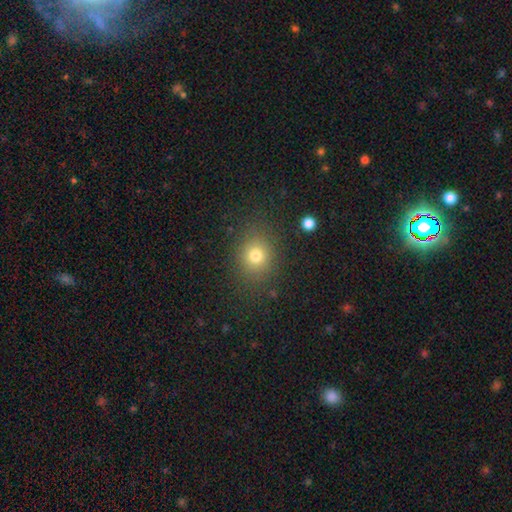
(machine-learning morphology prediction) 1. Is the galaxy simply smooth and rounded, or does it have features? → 77% smooth, 15% star or artifact, 8% featured or disk.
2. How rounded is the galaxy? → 71% round, 28% in between, 1% cigar-shaped.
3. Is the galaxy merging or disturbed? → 84% none, 10% minor disturbance, 4% major disturbance, 2% merger.